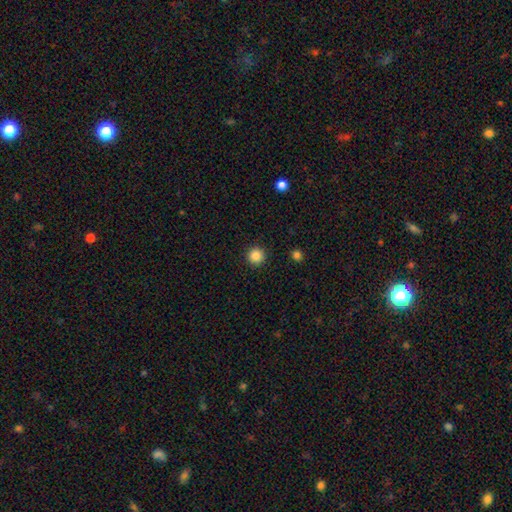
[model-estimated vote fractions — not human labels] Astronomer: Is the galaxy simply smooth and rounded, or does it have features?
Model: smooth — 86%.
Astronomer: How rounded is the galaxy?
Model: round — 96%.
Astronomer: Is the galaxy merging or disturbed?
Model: none — 92%.